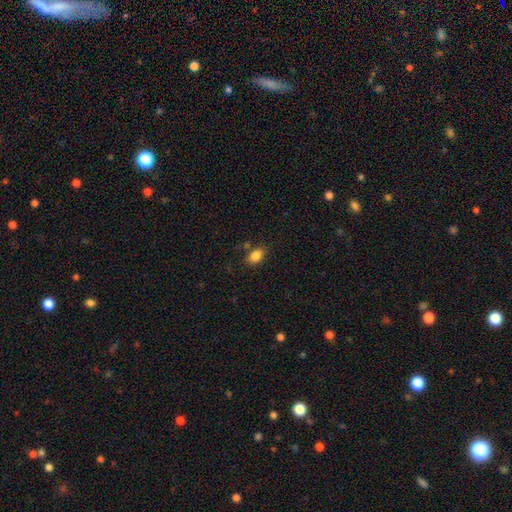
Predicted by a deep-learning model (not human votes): smooth_or_featured: smooth (p=0.85) [alt: star or artifact p=0.09]
how_rounded: in between (p=0.86) [alt: round p=0.12]
merging: none (p=0.77) [alt: minor disturbance p=0.14]